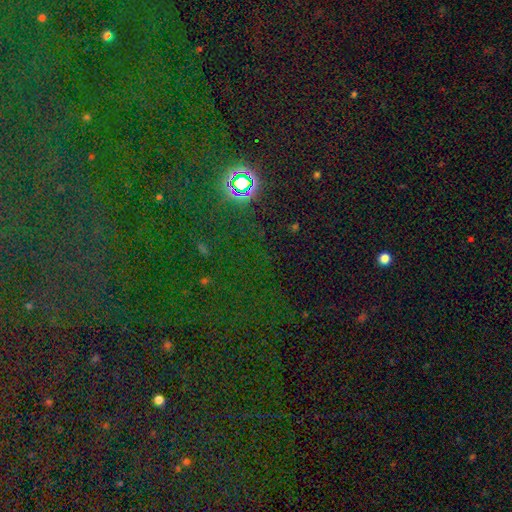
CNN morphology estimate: smooth-or-featured: star or artifact: 77% | smooth: 16% | featured or disk: 7%